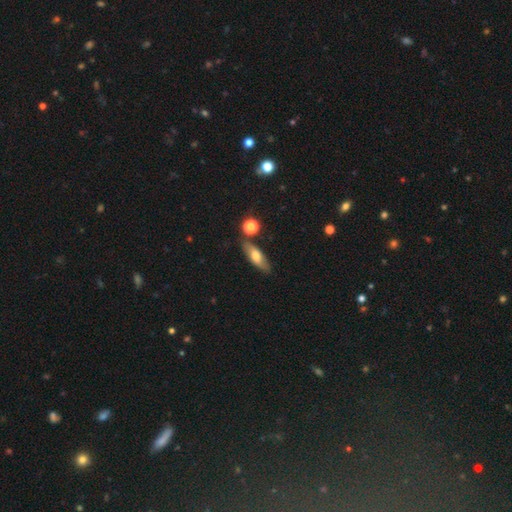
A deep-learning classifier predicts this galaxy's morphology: The model was most divided on "how rounded": in between: 60%, cigar-shaped: 36%, round: 4%. More confident: merging — none (77%); smooth or featured — smooth (61%).